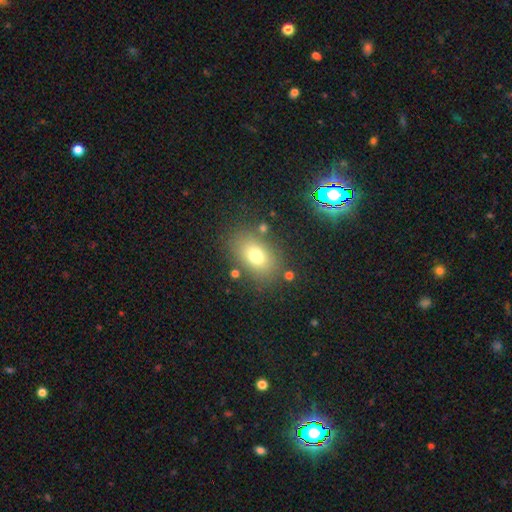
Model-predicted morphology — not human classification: Q: Smooth or featured?
A: smooth (73%); runner-up: featured or disk (15%)
Q: How rounded?
A: in between (80%); runner-up: round (19%)
Q: Merging?
A: none (79%); runner-up: minor disturbance (12%)